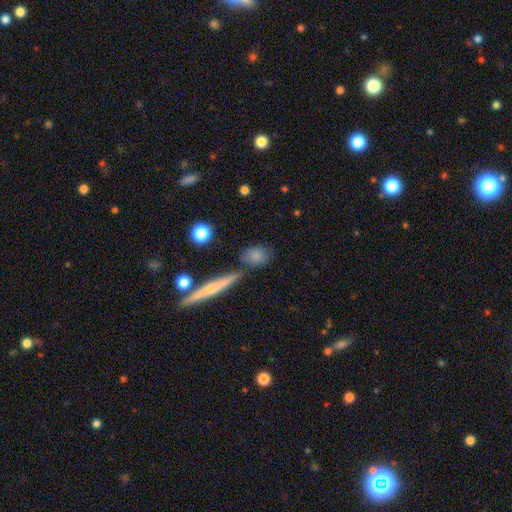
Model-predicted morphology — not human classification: Smooth or featured?
  - smooth: 80% *
  - featured or disk: 12%
  - star or artifact: 9%
How rounded?
  - in between: 59% *
  - round: 31%
  - cigar-shaped: 10%
Merging?
  - none: 69% *
  - minor disturbance: 14%
  - merger: 12%
  - major disturbance: 4%